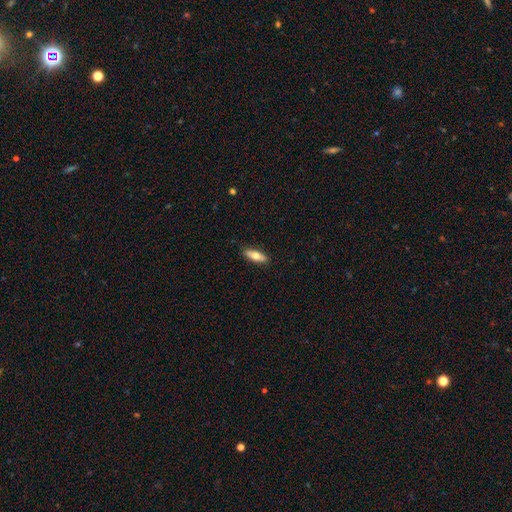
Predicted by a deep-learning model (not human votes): Q: Smooth or featured?
A: smooth (66%); runner-up: featured or disk (28%)
Q: How rounded?
A: in between (58%); runner-up: cigar-shaped (39%)
Q: Merging?
A: none (88%); runner-up: minor disturbance (9%)